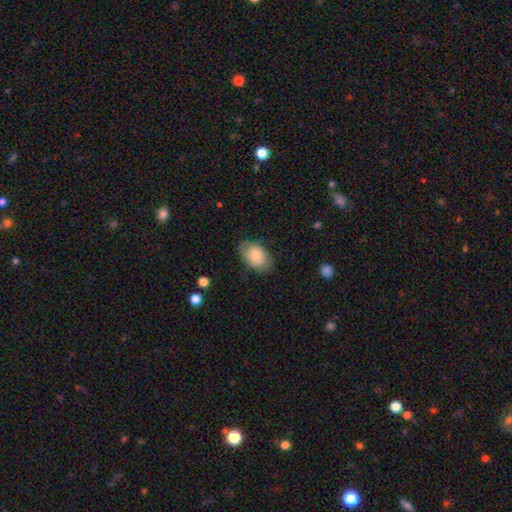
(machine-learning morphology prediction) smooth-or-featured: smooth: 80% | featured or disk: 13% | star or artifact: 7%
  how-rounded: in between: 85% | round: 13% | cigar-shaped: 1%
  merging: none: 72% | minor disturbance: 20% | major disturbance: 6% | merger: 1%